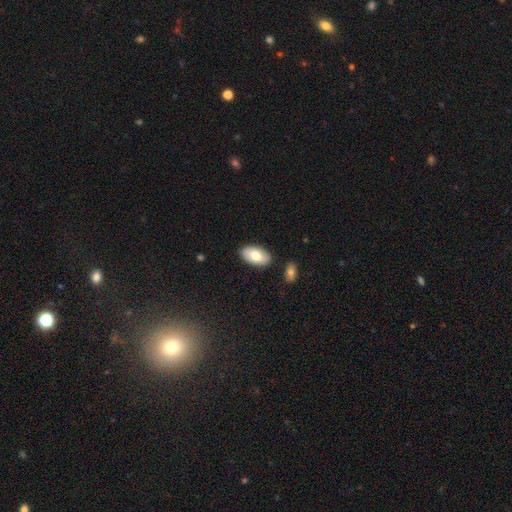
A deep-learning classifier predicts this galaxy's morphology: A smooth galaxy with no disk features (72%) that is in between round and cigar-shaped (95%).

Vote fractions:
- Smooth or featured? smooth: 72% / featured or disk: 22% / star or artifact: 6%
- How rounded? in between: 95% / round: 4% / cigar-shaped: 2%
- Merging? none: 84% / minor disturbance: 11% / merger: 3% / major disturbance: 2%